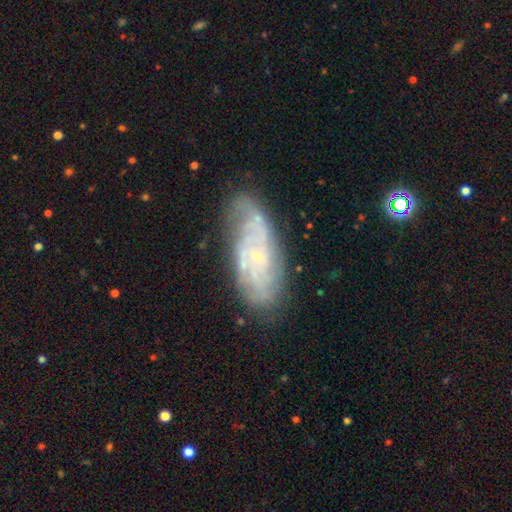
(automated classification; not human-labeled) This appears to be a featured or disk galaxy (77%) with no bar (69%), tight (56%) spiral arms (88%) and a small central bulge (81%). Merging: none (67%).